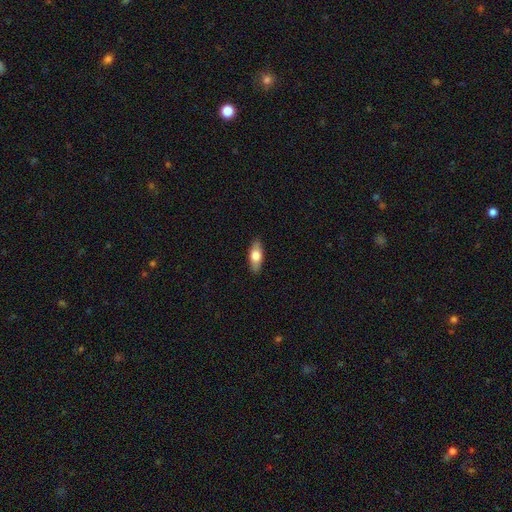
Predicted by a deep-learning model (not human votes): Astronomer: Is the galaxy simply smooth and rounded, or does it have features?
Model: smooth — 70%.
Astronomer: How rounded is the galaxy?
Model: in between — 78%.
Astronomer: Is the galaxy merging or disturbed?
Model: none — 89%.